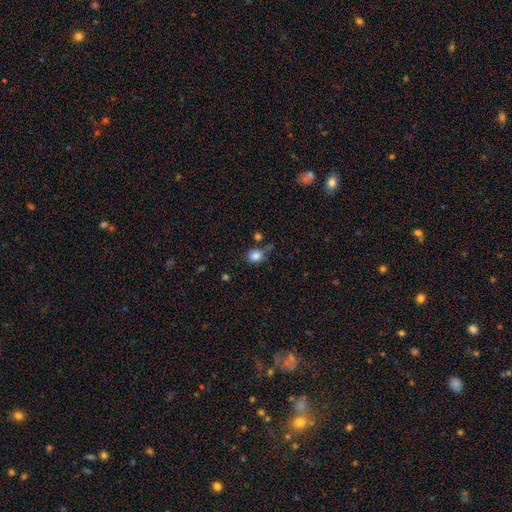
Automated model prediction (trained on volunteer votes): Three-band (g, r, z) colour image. It shows a smooth galaxy with no disk features (84%) that is round (76%). Merging: none (67%).